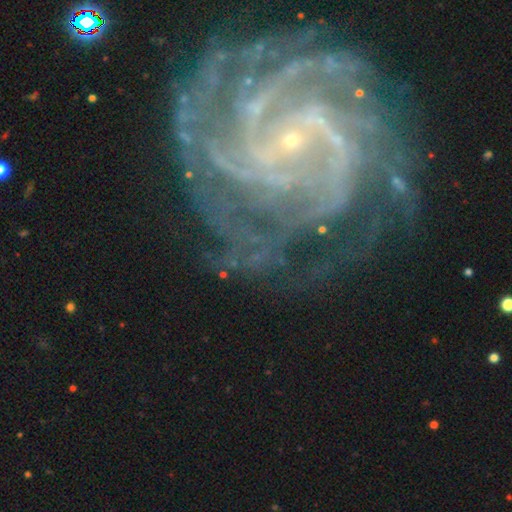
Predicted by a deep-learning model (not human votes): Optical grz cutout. It shows a featured or disk galaxy (87%) with no bar (43%), 4 (22%) tight (62%) spiral arms (98%) and a small central bulge (88%). Merging: none (67%).